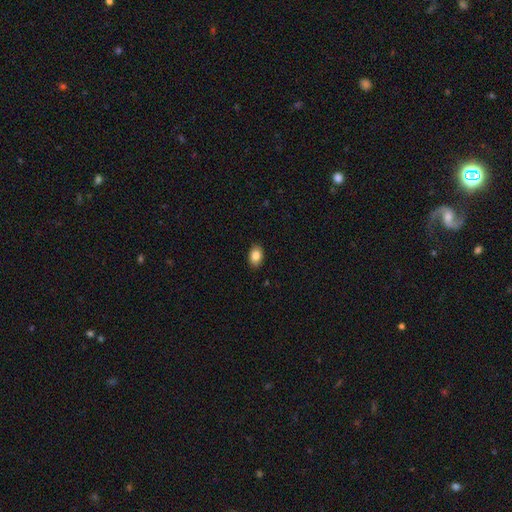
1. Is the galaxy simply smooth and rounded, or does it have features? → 82% smooth, 11% featured or disk, 8% star or artifact.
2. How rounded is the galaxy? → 87% in between, 13% round, 0% cigar-shaped.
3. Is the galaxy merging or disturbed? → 100% none, 0% minor disturbance, 0% major disturbance, 0% merger.